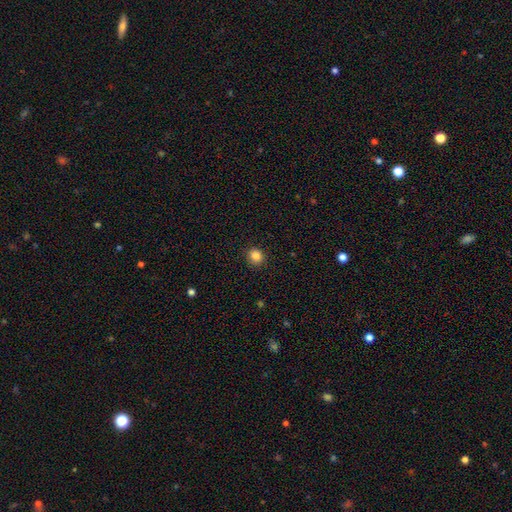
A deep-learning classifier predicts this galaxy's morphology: type=smooth (85%); roundness=round (85%); merging=none (90%).